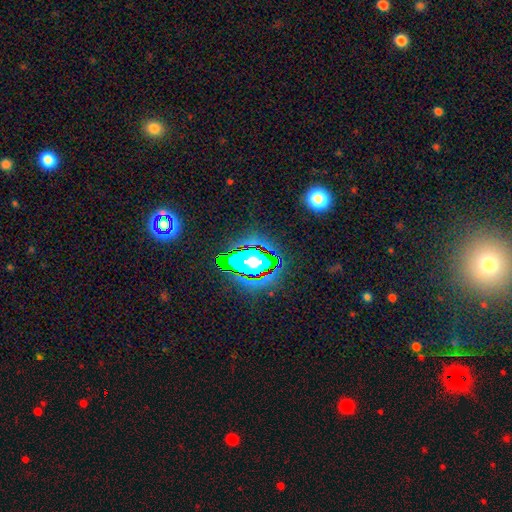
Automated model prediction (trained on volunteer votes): Morphology: type=star or artifact (66%).